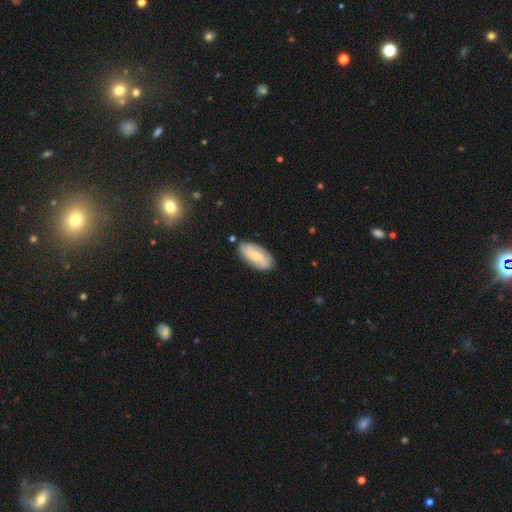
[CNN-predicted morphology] smooth-or-featured: featured or disk: 47% | smooth: 46% | star or artifact: 6%
  merging: none: 80% | minor disturbance: 14% | major disturbance: 3% | merger: 3%